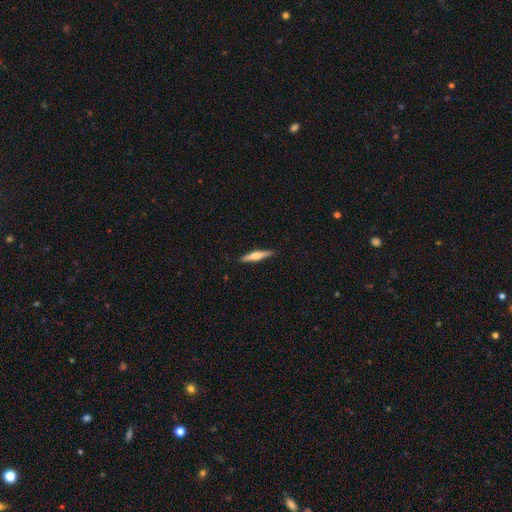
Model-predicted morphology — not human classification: Smooth or featured? Predicted: featured or disk (p=0.48). Merging? Predicted: none (p=0.90).